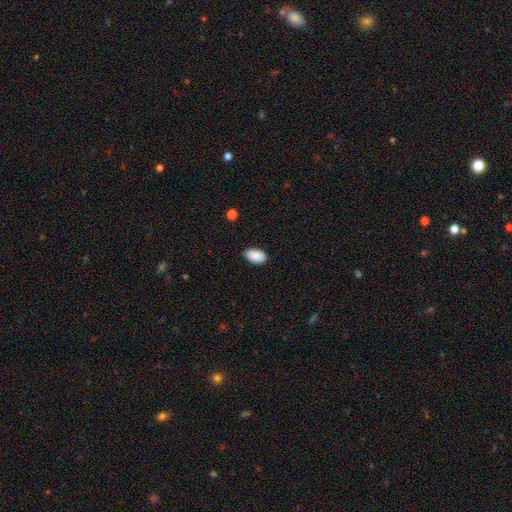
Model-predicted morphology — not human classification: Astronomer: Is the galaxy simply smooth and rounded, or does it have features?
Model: smooth — 90%.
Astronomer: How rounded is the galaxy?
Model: in between — 94%.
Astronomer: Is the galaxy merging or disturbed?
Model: none — 85%.